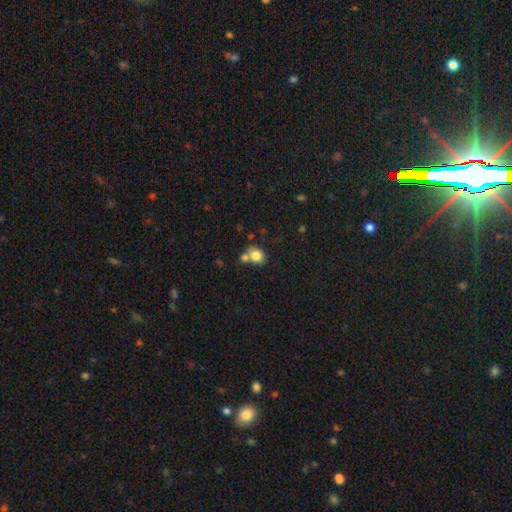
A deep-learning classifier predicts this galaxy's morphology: The model was most divided on "merging": none: 47%, merger: 36%, minor disturbance: 12%, major disturbance: 5%. More confident: smooth or featured — smooth (81%); how rounded — round (59%).